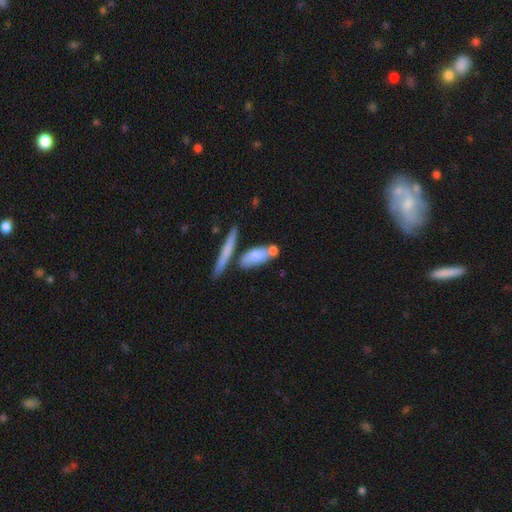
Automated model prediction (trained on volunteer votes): smooth 66%, featured or disk 27%, star or artifact 6%. Down the decision tree: how rounded — in between (57%); merging — none (53%).